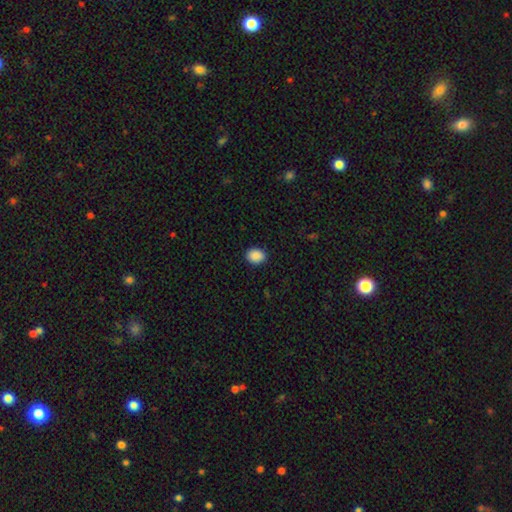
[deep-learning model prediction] Smooth or featured: smooth — 90% (star or artifact — 8%)
How rounded: in between — 56% (round — 43%)
Merging: none — 90% (minor disturbance — 7%)